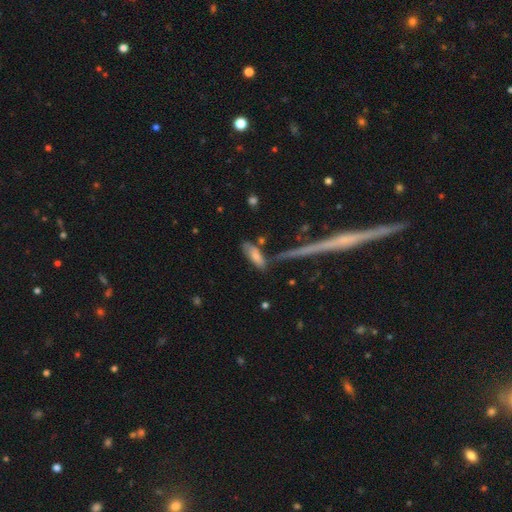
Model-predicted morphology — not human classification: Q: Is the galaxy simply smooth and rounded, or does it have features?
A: smooth — 72%.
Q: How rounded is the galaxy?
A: in between — 61%.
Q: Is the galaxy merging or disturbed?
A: none — 56%.